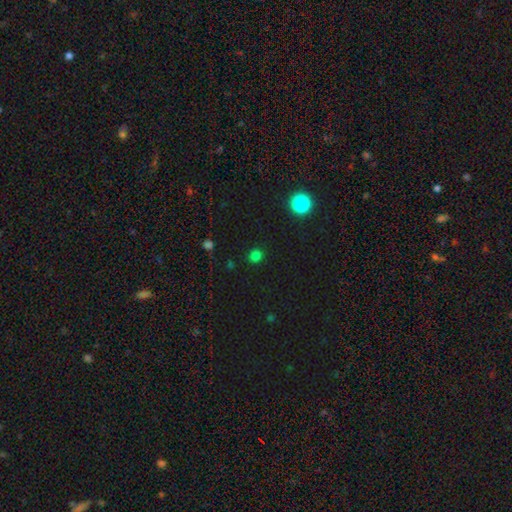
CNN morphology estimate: This is likely a smooth galaxy (74%). How rounded: clearly round (86%). Merging: clearly none (89%).